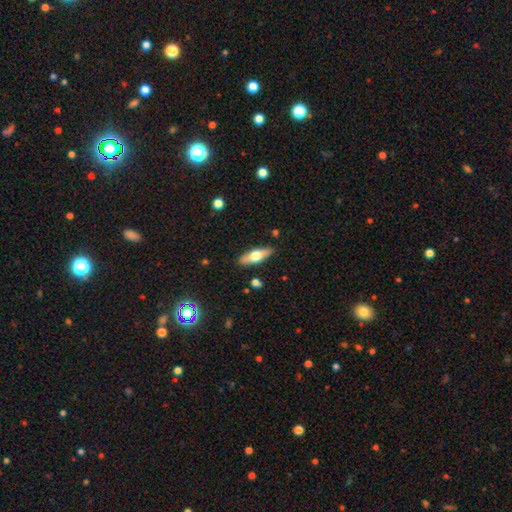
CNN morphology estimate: Smooth or featured?
  - smooth: 55% *
  - featured or disk: 40%
  - star or artifact: 6%
How rounded?
  - in between: 58% *
  - cigar-shaped: 39%
  - round: 3%
Merging?
  - none: 87% *
  - minor disturbance: 9%
  - major disturbance: 2%
  - merger: 2%